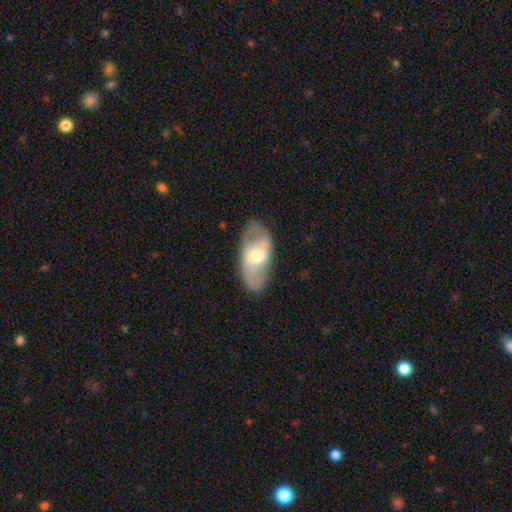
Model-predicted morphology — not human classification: This appears to be a featured or disk galaxy (63%) with a weak bar (44%), spiral arms (71%) and a moderate central bulge (59%). Merging: none (79%).